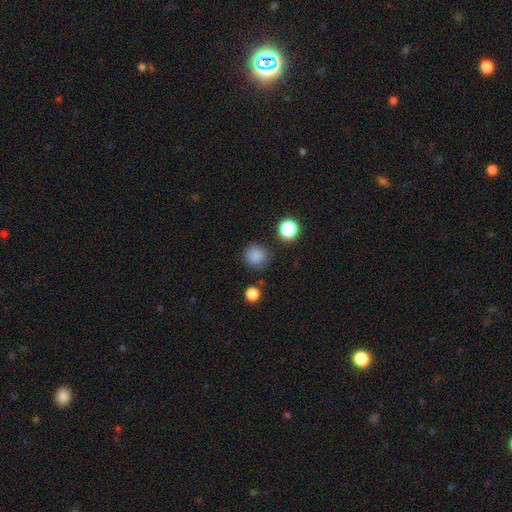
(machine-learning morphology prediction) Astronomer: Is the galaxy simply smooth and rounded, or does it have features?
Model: smooth — 84%.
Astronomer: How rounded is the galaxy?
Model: round — 91%.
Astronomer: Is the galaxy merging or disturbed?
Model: none — 83%.